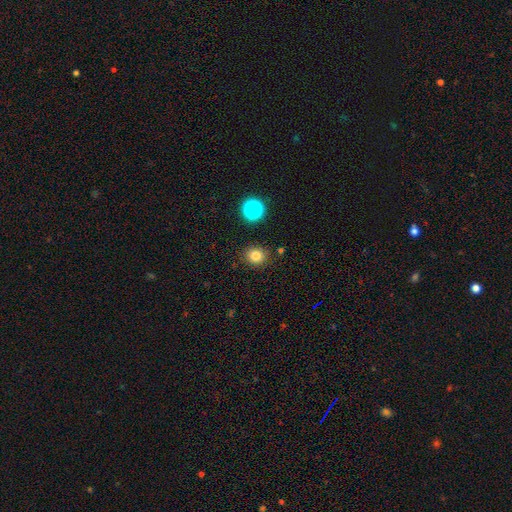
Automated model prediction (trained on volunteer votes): This appears to be a smooth galaxy with no disk features (82%) that is round (83%). Merging: none (87%).